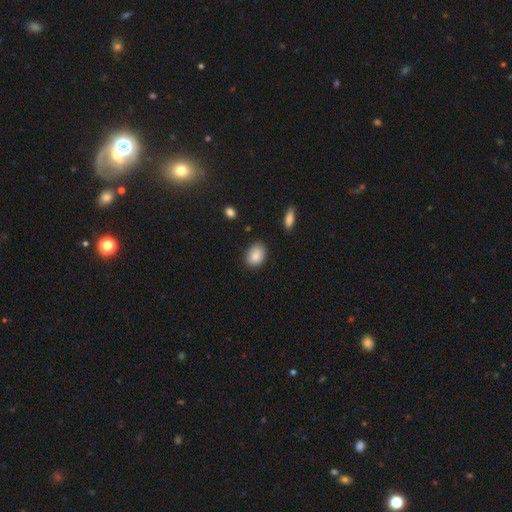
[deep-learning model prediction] This is clearly a smooth galaxy (86%). How rounded: likely in between (74%). Merging: clearly none (81%).